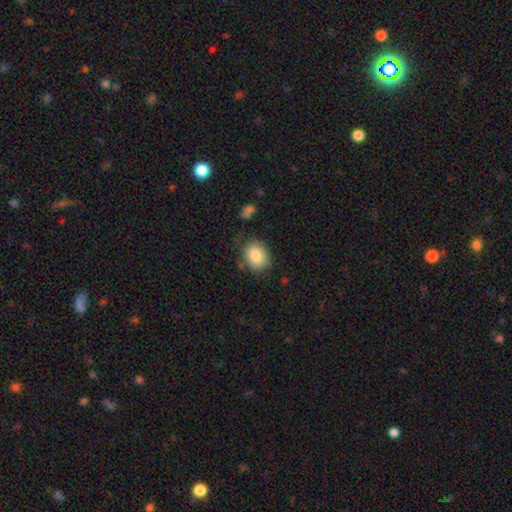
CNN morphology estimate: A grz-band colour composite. It shows a smooth galaxy with no disk features (84%) that is round (50%). Merging: none (74%).